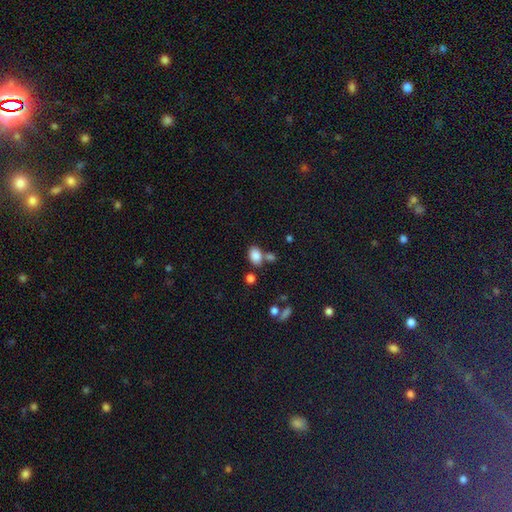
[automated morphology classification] Smooth or featured: smooth — 84% (star or artifact — 10%)
How rounded: in between — 81% (round — 17%)
Merging: none — 59% (merger — 22%)